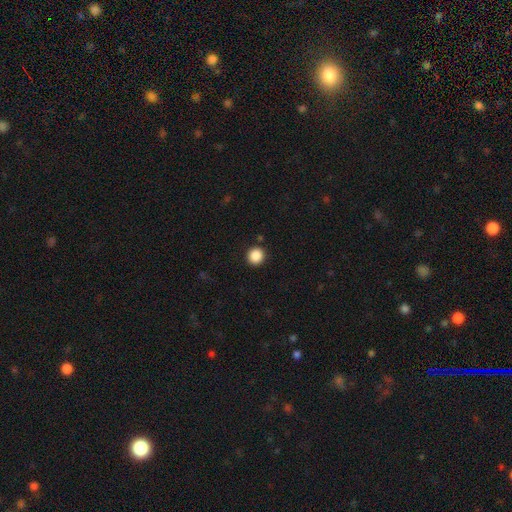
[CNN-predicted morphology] Smooth or featured? Predicted: smooth (p=0.88). How rounded? Predicted: round (p=0.93). Merging? Predicted: none (p=0.92).